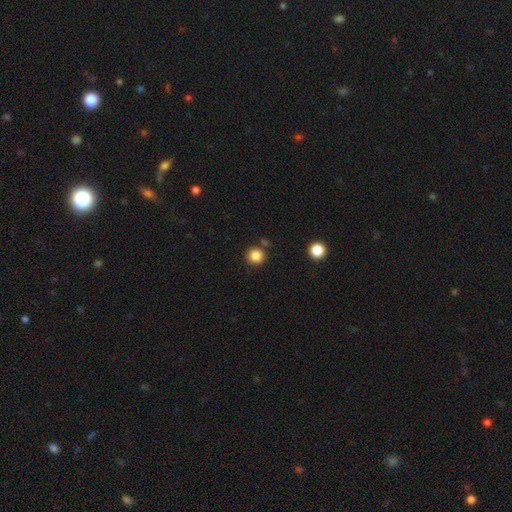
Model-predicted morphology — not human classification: The model was most divided on "smooth or featured": smooth: 85%, star or artifact: 11%, featured or disk: 4%. More confident: how rounded — round (94%); merging — none (84%).